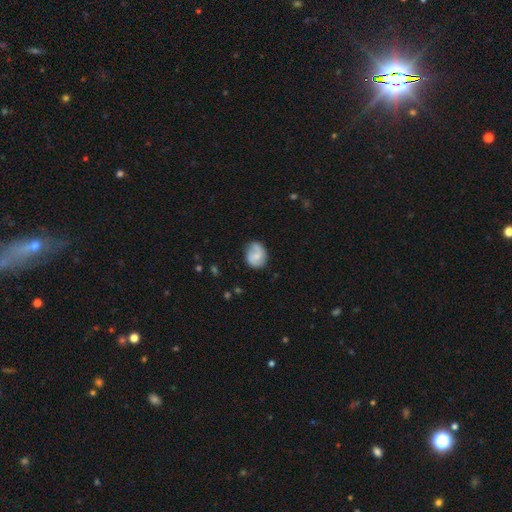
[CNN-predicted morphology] Smooth or featured: smooth — 53% (featured or disk — 39%)
How rounded: round — 60% (in between — 39%)
Merging: none — 65% (minor disturbance — 26%)